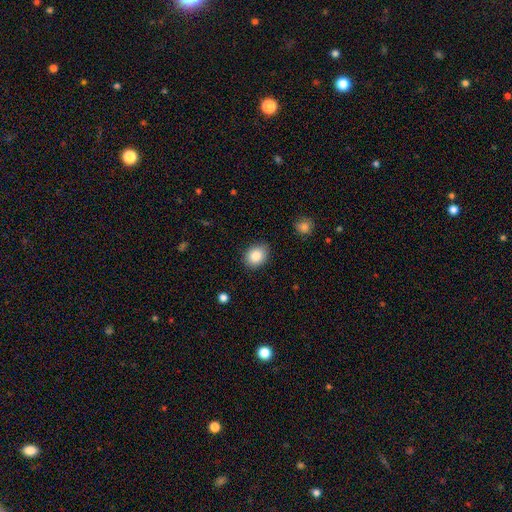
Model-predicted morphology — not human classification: This appears to be a smooth galaxy with no disk features (86%) that is in between round and cigar-shaped (52%). Merging: none (85%).